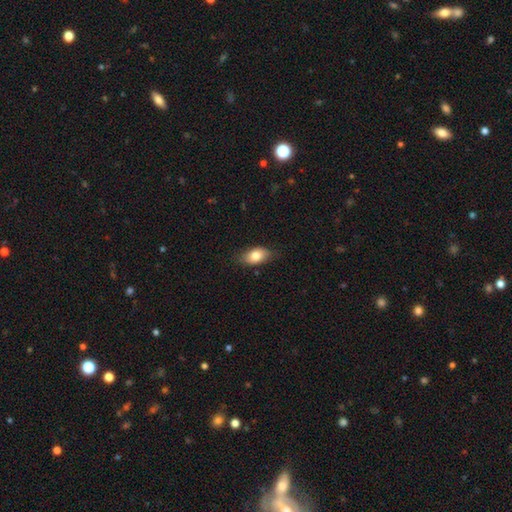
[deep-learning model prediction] Morphology: type=smooth (81%); roundness=in between (90%); merging=none (80%).